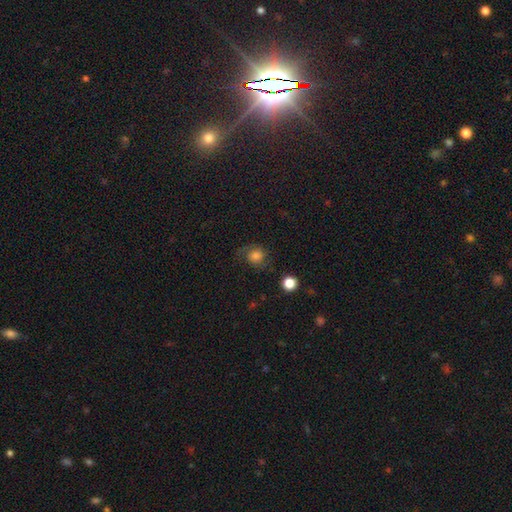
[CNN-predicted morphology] Smooth or featured: smooth — 59% (featured or disk — 28%)
How rounded: round — 77% (in between — 22%)
Merging: none — 60% (minor disturbance — 21%)